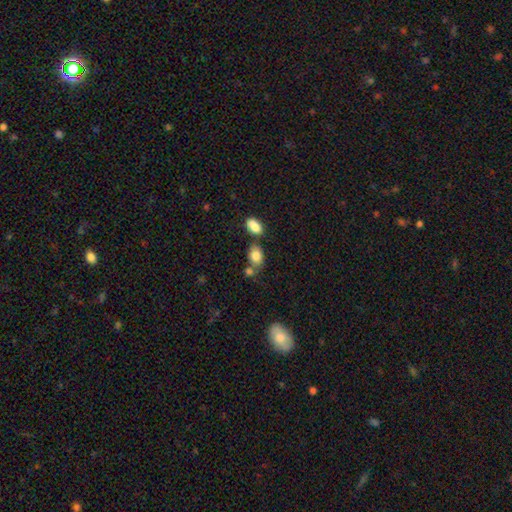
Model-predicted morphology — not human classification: type=smooth (84%); roundness=in between (75%); merging=none (53%).